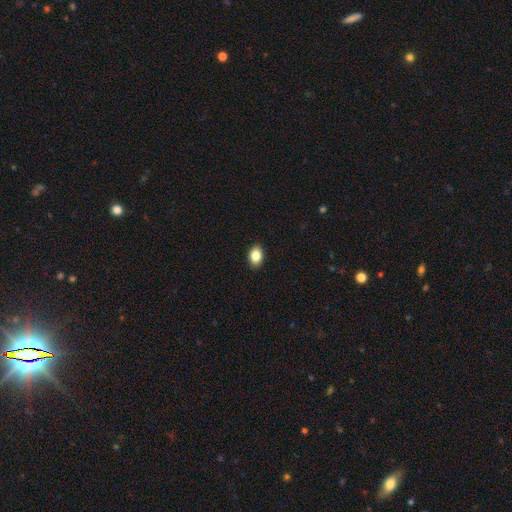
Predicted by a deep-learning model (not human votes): This appears to be a smooth galaxy with no disk features (86%) that is in between round and cigar-shaped (82%). Merging: none (90%).